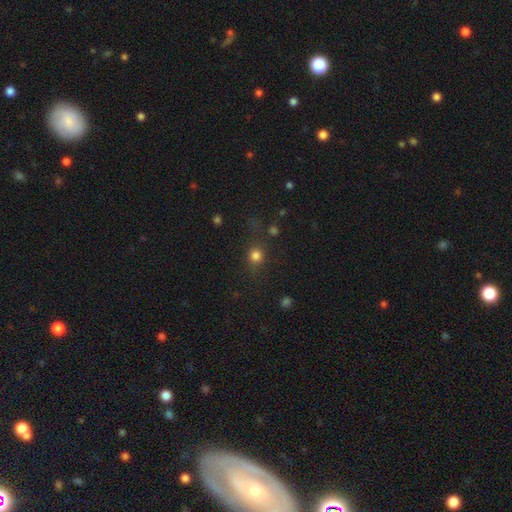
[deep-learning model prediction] smooth_or_featured: smooth (p=0.77) [alt: star or artifact p=0.15]
how_rounded: round (p=0.84) [alt: in between p=0.14]
merging: none (p=0.70) [alt: minor disturbance p=0.14]